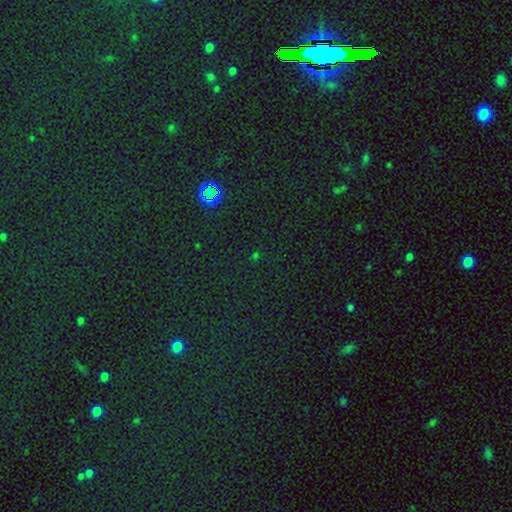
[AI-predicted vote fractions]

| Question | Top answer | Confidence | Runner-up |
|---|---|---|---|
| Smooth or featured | star or artifact | 70% | smooth (22%) |